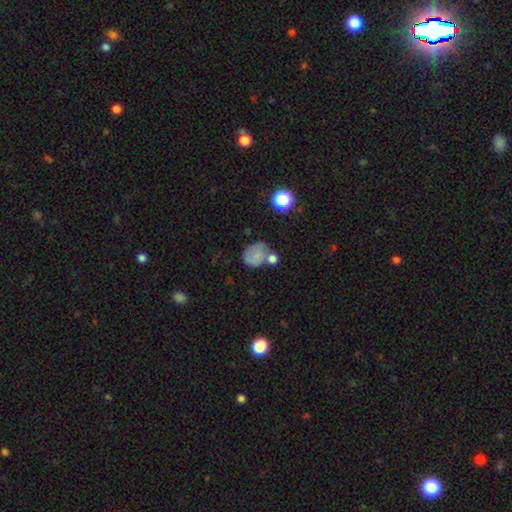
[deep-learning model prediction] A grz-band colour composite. It shows a smooth galaxy with no disk features (71%) that is round (59%). Merging: none (40%).